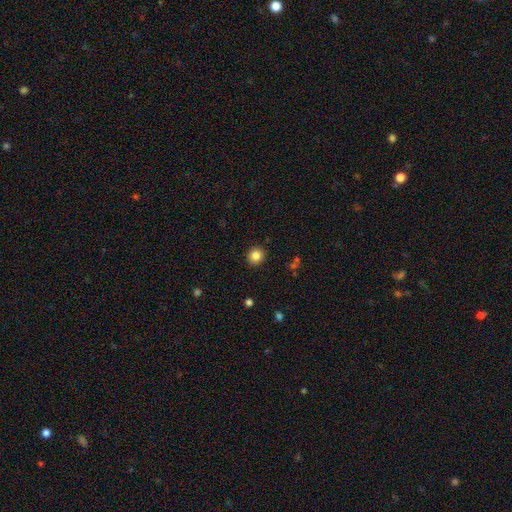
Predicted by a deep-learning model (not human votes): smooth 84%, star or artifact 11%, featured or disk 5%. Down the decision tree: how rounded — round (90%); merging — none (91%).